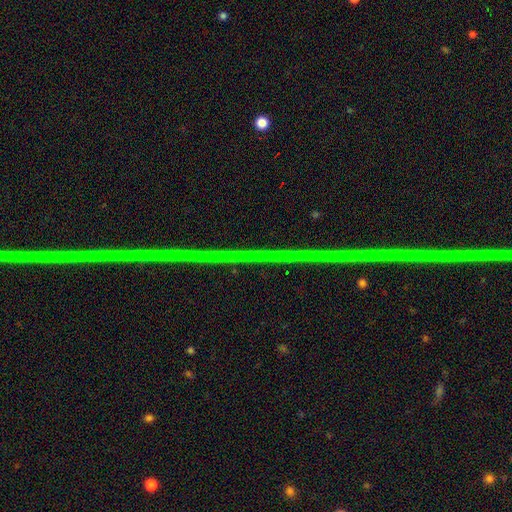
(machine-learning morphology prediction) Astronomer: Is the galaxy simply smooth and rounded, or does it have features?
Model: star or artifact — 89%.